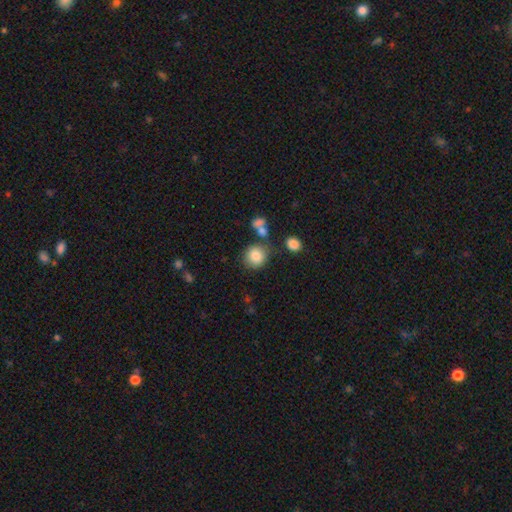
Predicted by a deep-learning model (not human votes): smooth_or_featured: smooth (p=0.84) [alt: star or artifact p=0.09]
how_rounded: round (p=0.83) [alt: in between p=0.16]
merging: none (p=0.71) [alt: merger p=0.12]